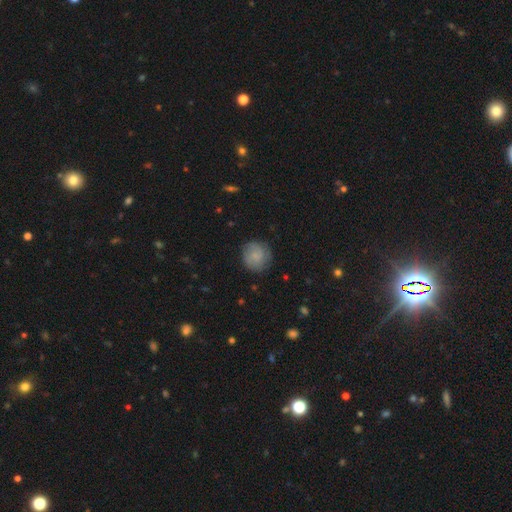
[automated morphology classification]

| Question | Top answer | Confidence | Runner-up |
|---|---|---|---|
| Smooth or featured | smooth | 66% | featured or disk (26%) |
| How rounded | round | 89% | in between (10%) |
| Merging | none | 78% | minor disturbance (16%) |